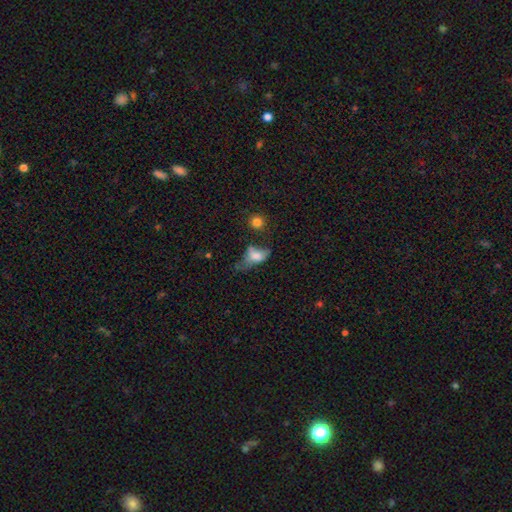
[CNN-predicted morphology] Smooth or featured?
  - smooth: 63% *
  - featured or disk: 26%
  - star or artifact: 11%
How rounded?
  - in between: 82% *
  - round: 12%
  - cigar-shaped: 6%
Merging?
  - major disturbance: 41% *
  - minor disturbance: 26%
  - none: 23%
  - merger: 10%